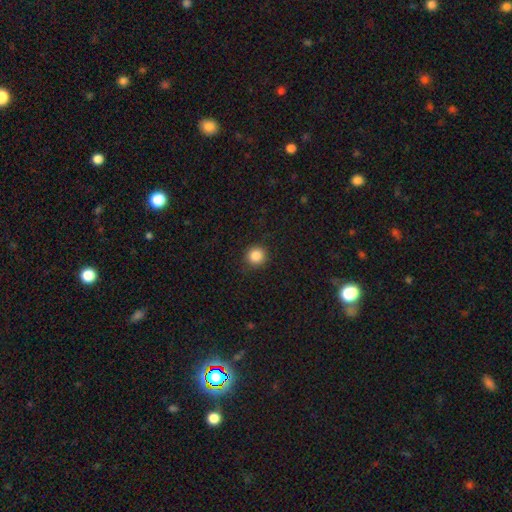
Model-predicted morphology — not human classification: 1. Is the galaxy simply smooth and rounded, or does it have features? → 86% smooth, 10% star or artifact, 3% featured or disk.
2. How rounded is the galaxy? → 93% round, 6% in between, 1% cigar-shaped.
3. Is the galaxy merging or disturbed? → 90% none, 7% minor disturbance, 2% major disturbance, 1% merger.